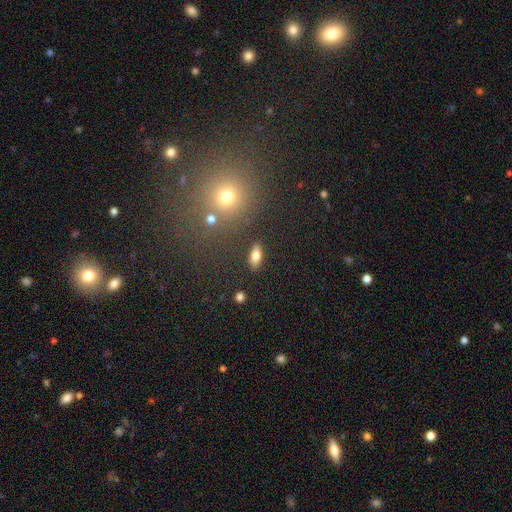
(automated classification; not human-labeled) Overall: smooth (75%). How rounded: in between (81%). Merging: none (86%).